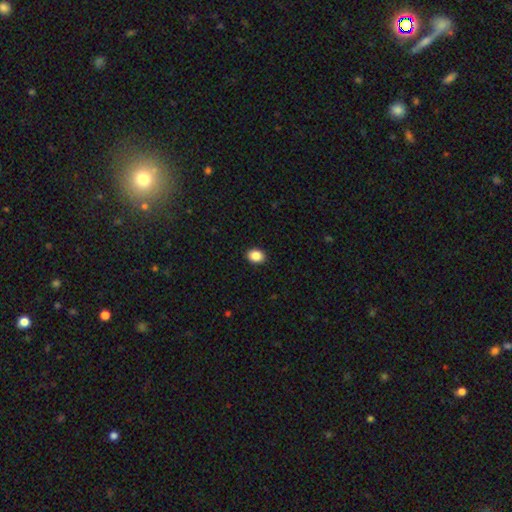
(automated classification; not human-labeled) Smooth or featured: smooth — 88% (star or artifact — 9%)
How rounded: in between — 59% (round — 40%)
Merging: none — 91% (minor disturbance — 6%)